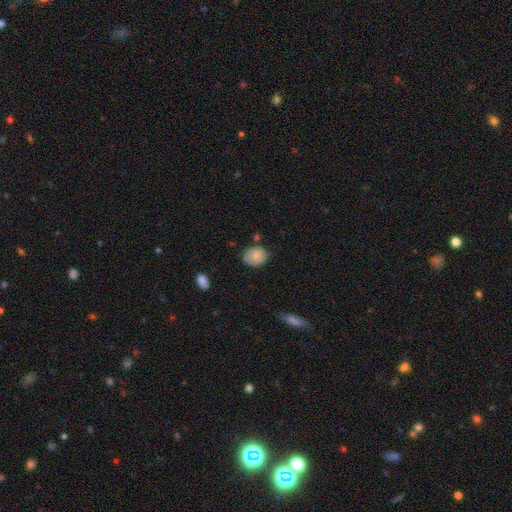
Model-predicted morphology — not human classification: A smooth galaxy with no disk features (83%) that is round (50%). Merging: none (67%).